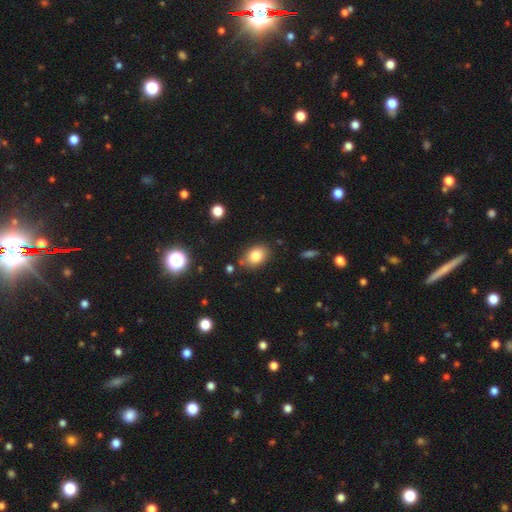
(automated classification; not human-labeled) Smooth or featured?
  - smooth: 82% *
  - star or artifact: 10%
  - featured or disk: 8%
How rounded?
  - in between: 74% *
  - round: 24%
  - cigar-shaped: 1%
Merging?
  - none: 80% *
  - minor disturbance: 13%
  - merger: 4%
  - major disturbance: 3%